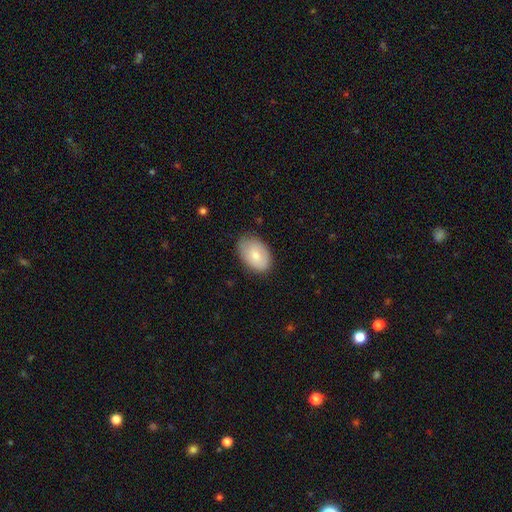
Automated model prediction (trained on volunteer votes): A smooth galaxy with no disk features (76%) that is in between round and cigar-shaped (87%). Merging: none (75%).